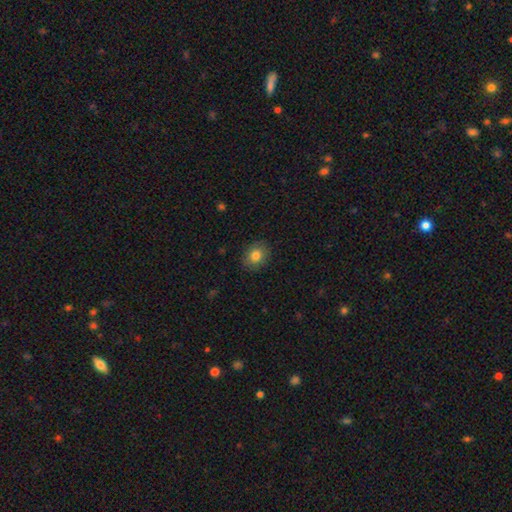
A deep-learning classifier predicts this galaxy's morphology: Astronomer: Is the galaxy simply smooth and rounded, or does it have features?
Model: smooth — 81%.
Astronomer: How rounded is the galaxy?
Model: round — 59% (runner-up: in between, 40%).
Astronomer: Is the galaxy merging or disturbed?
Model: none — 86%.